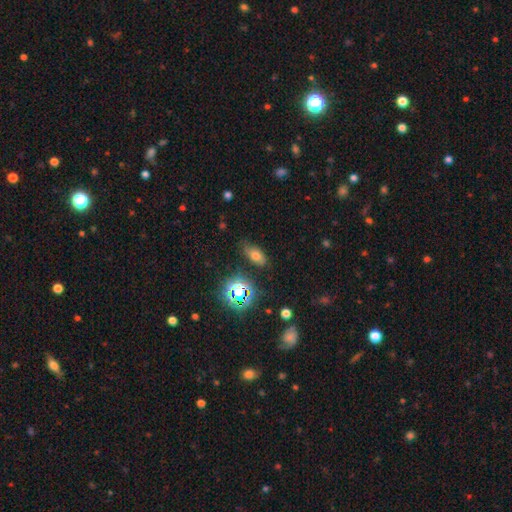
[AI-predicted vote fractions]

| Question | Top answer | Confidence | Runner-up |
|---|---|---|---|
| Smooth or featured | smooth | 65% | star or artifact (23%) |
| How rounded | in between | 83% | cigar-shaped (8%) |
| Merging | none | 75% | minor disturbance (17%) |